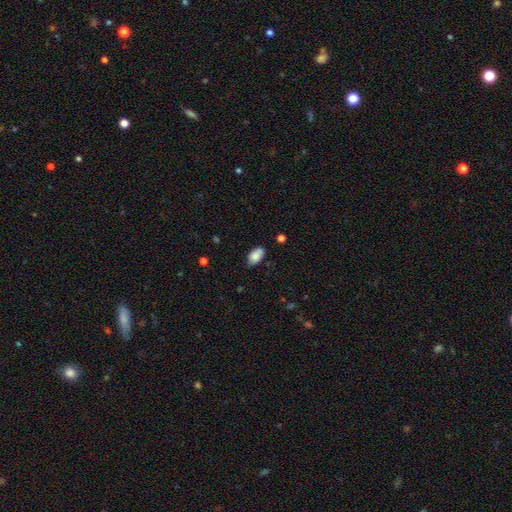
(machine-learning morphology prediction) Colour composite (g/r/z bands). It shows a smooth galaxy with no disk features (85%) that is in between round and cigar-shaped (93%). Merging: none (70%).